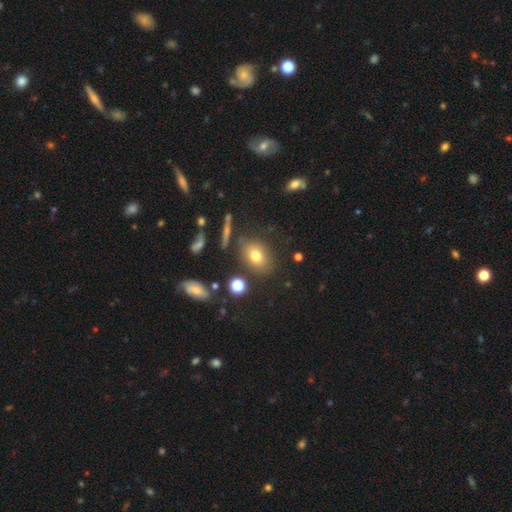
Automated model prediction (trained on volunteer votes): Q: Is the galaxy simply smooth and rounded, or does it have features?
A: smooth — 73%.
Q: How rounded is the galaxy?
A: in between — 68%.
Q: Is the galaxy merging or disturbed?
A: none — 76%.